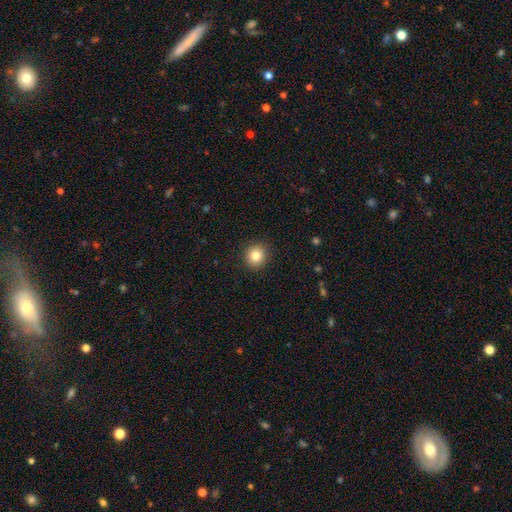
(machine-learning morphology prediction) Smooth or featured? Predicted: smooth (p=0.83). How rounded? Predicted: round (p=0.88). Merging? Predicted: none (p=0.91).